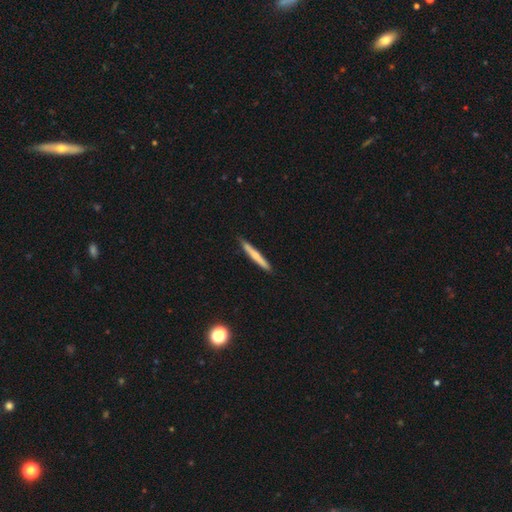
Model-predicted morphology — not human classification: Q: Smooth or featured?
A: smooth (59%); runner-up: featured or disk (35%)
Q: How rounded?
A: cigar-shaped (96%); runner-up: in between (3%)
Q: Merging?
A: none (90%); runner-up: minor disturbance (8%)